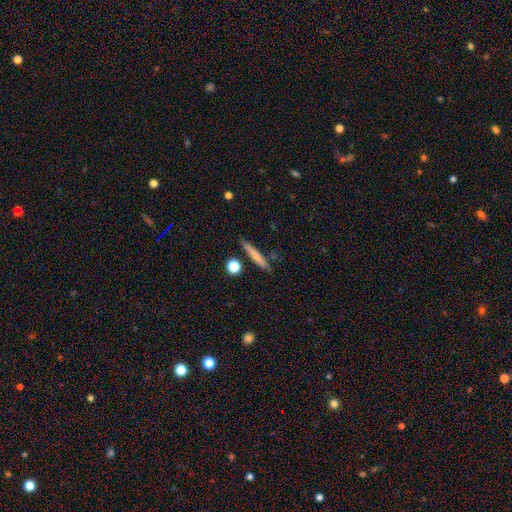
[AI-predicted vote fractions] smooth 70%, featured or disk 23%, star or artifact 7%. Down the decision tree: how rounded — cigar-shaped (92%); merging — none (83%).